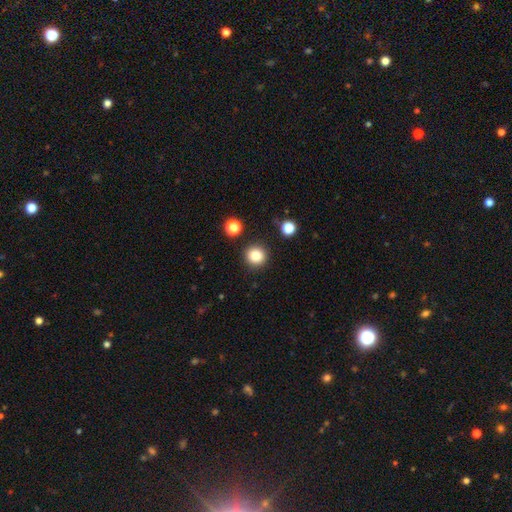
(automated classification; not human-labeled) Q: Smooth or featured?
A: smooth (83%); runner-up: star or artifact (12%)
Q: How rounded?
A: round (94%); runner-up: in between (5%)
Q: Merging?
A: none (90%); runner-up: minor disturbance (6%)